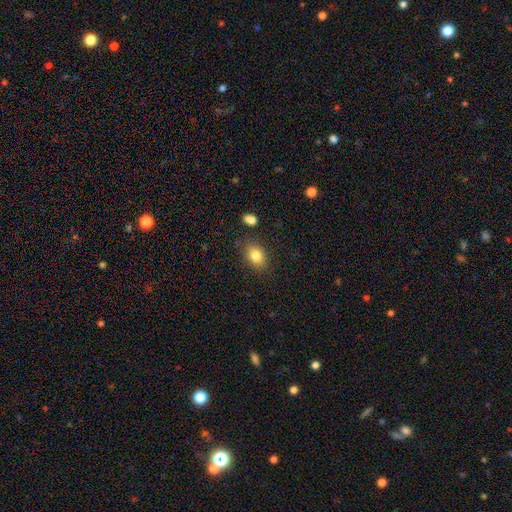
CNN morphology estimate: smooth_or_featured: smooth (p=0.82) [alt: star or artifact p=0.09]
how_rounded: in between (p=0.74) [alt: round p=0.25]
merging: none (p=0.82) [alt: minor disturbance p=0.12]